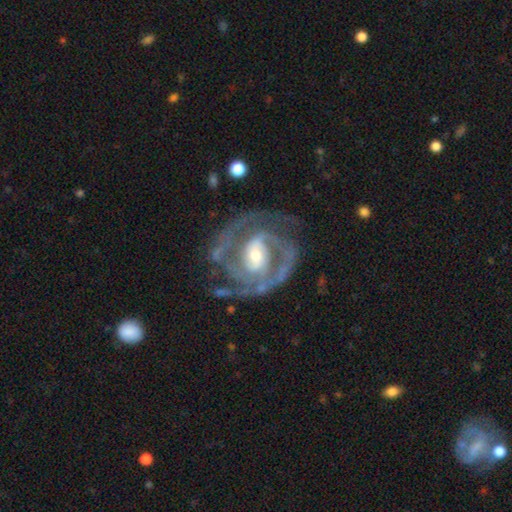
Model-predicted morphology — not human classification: Smooth or featured?
  - featured or disk: 92% *
  - star or artifact: 4%
  - smooth: 4%
Edge-on disk?
  - no: 98% *
  - yes: 2%
Bar?
  - weak: 40% *
  - no: 32%
  - strong: 28%
Spiral arms?
  - yes: 98% *
  - no: 2%
Spiral winding?
  - tight: 53% *
  - medium: 40%
  - loose: 7%
Spiral arm count?
  - 2: 64% *
  - 3: 17%
  - can't tell: 8%
  - 4: 4%
  - 1: 4%
  - more than 4: 3%
Bulge size?
  - moderate: 54% *
  - small: 37%
  - large: 6%
  - none: 1%
  - dominant: 1%
Merging?
  - none: 71% *
  - minor disturbance: 17%
  - major disturbance: 10%
  - merger: 2%